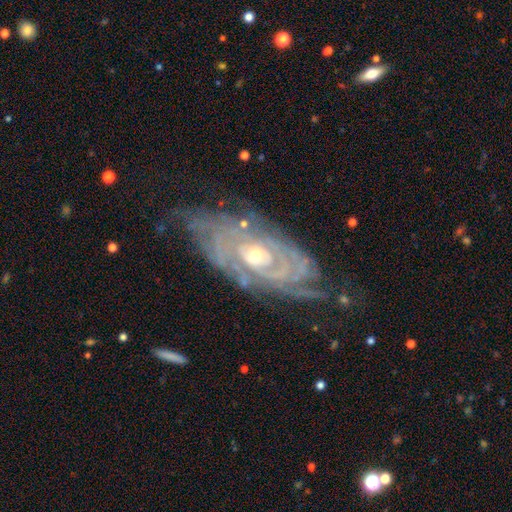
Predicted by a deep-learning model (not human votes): featured or disk 88%, smooth 6%, star or artifact 6%. Down the decision tree: edge-on disk — no (91%); bar — no (71%); spiral arms — yes (96%); spiral arm count — can't tell (35%); spiral winding — tight (79%); bulge size — moderate (53%); merging — none (68%).